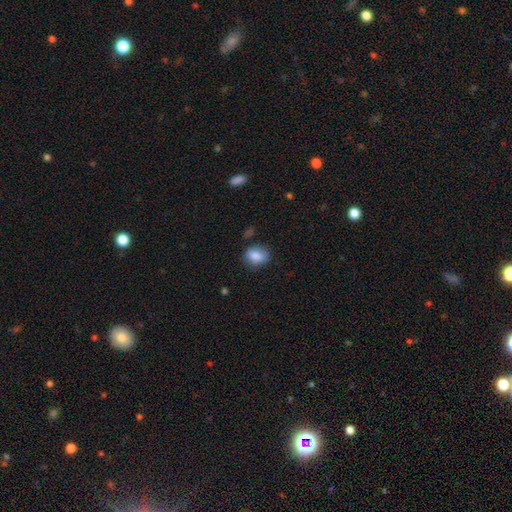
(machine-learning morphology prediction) smooth-or-featured: smooth: 83% | featured or disk: 9% | star or artifact: 8%
  how-rounded: in between: 62% | round: 36% | cigar-shaped: 2%
  merging: none: 70% | minor disturbance: 21% | major disturbance: 6% | merger: 3%